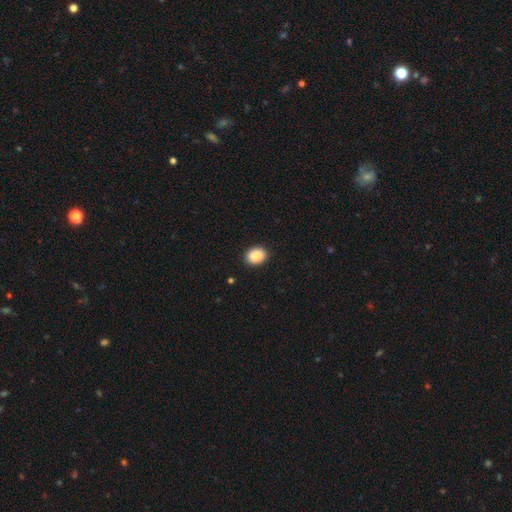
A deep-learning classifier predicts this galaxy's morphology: A smooth galaxy with no disk features (89%) that is in between round and cigar-shaped (60%).

Vote fractions:
- Smooth or featured? smooth: 89% / star or artifact: 8% / featured or disk: 4%
- How rounded? in between: 60% / round: 39% / cigar-shaped: 1%
- Merging? none: 90% / minor disturbance: 7% / major disturbance: 2% / merger: 1%